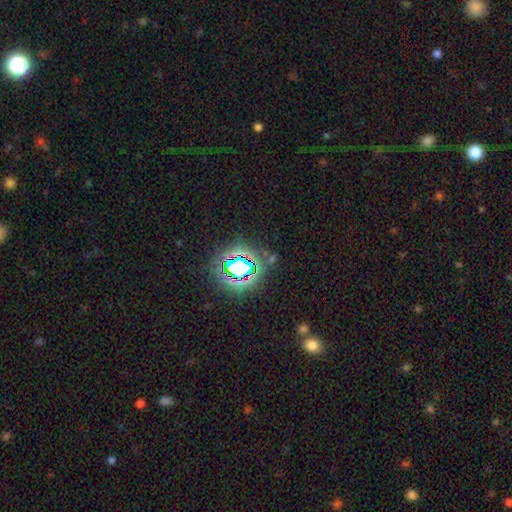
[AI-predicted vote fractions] Smooth or featured? star or artifact (80%)